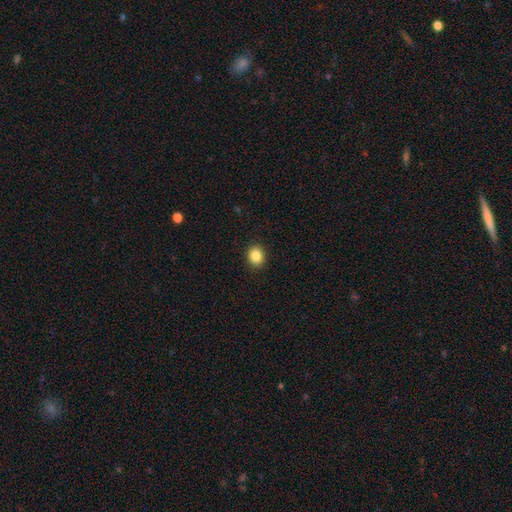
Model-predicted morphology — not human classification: Smooth or featured: smooth — 86% (star or artifact — 10%)
How rounded: round — 64% (in between — 35%)
Merging: none — 91% (minor disturbance — 6%)